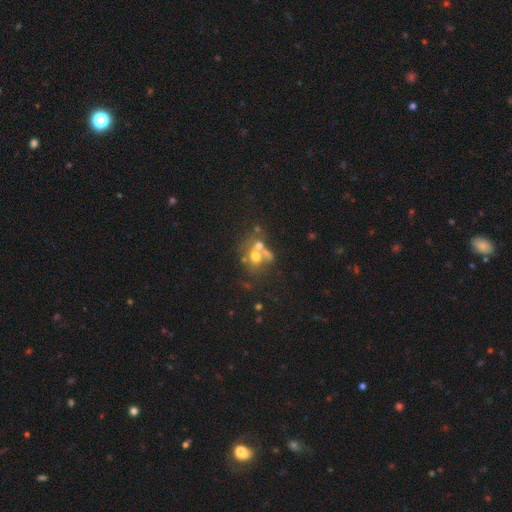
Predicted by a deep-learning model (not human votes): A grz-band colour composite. It shows a smooth galaxy with no disk features (44%). Merging: merger (52%).